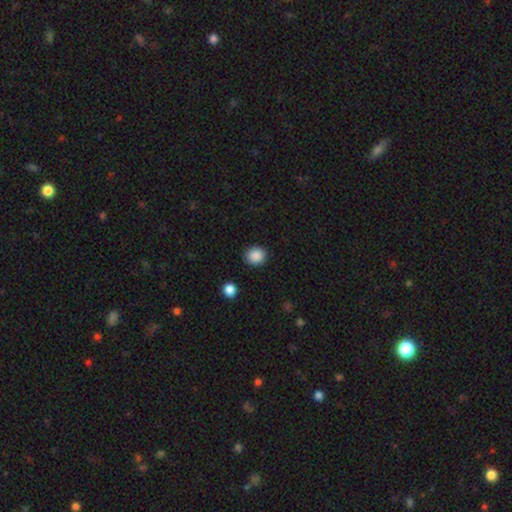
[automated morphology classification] This appears to be a smooth galaxy with no disk features (88%) that is round (85%). Merging: none (90%).